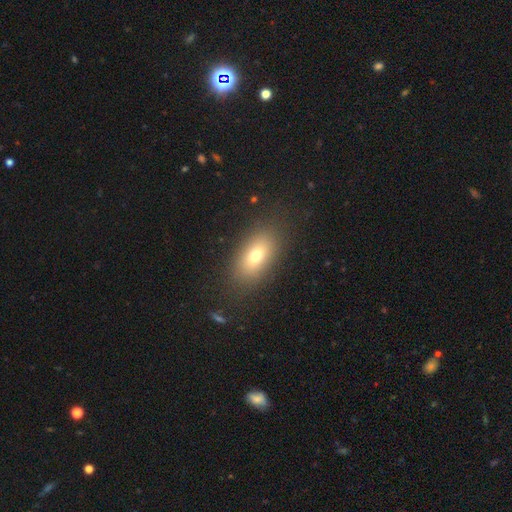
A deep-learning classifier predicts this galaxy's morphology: Smooth or featured? smooth (72%)
How rounded? in between (85%)
Merging? none (85%)